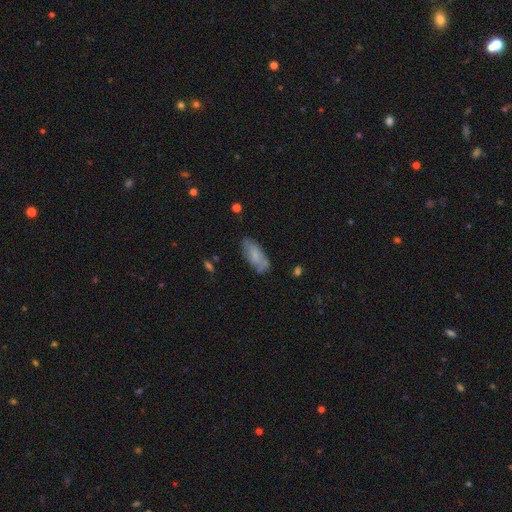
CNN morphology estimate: type=smooth (62%); roundness=in between (83%); merging=none (70%).